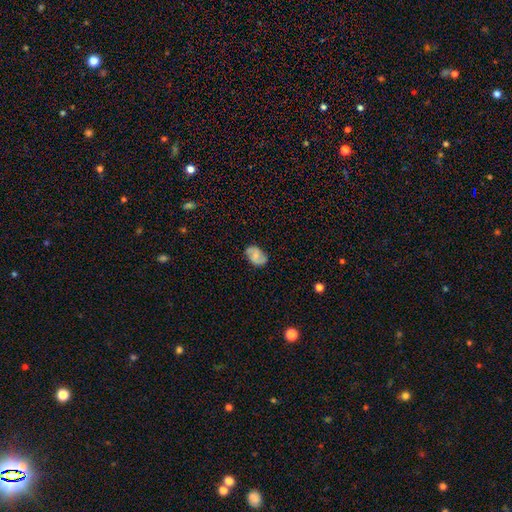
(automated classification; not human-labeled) A featured or disk galaxy (57%) with no bar (47%), spiral arms (88%) and a small central bulge (48%). Merging: none (80%).